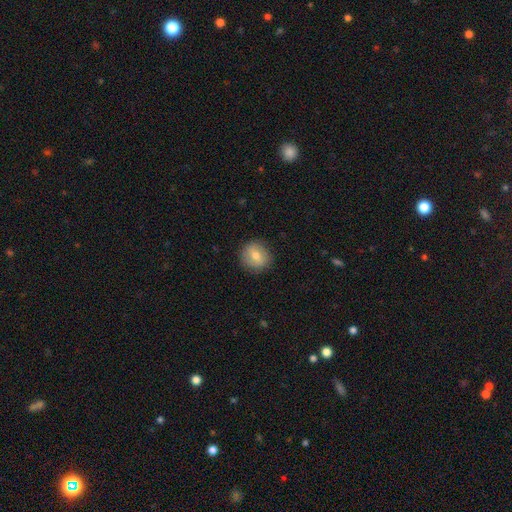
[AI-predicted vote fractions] This appears to be a smooth galaxy with no disk features (72%) that is round (86%). Merging: none (87%).